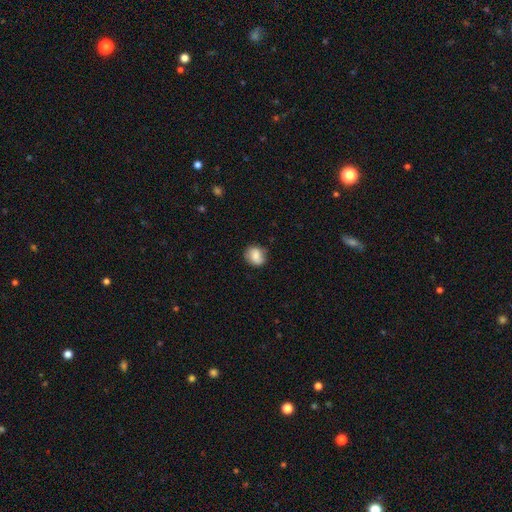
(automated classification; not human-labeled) Q: Smooth or featured?
A: smooth (77%); runner-up: featured or disk (14%)
Q: How rounded?
A: round (63%); runner-up: in between (36%)
Q: Merging?
A: none (75%); runner-up: minor disturbance (19%)